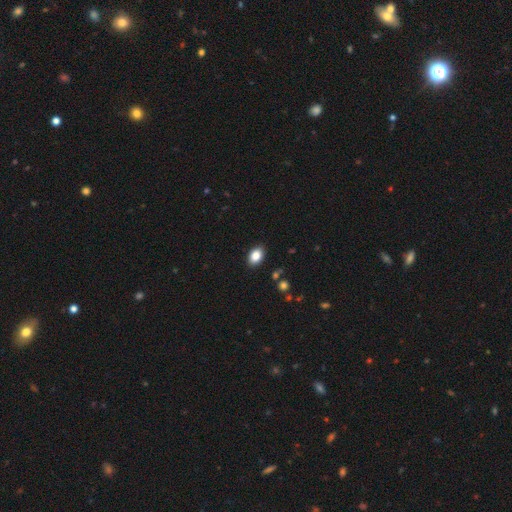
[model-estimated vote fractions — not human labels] A smooth galaxy with no disk features (85%) that is in between round and cigar-shaped (84%).

Vote fractions:
- Smooth or featured? smooth: 85% / star or artifact: 9% / featured or disk: 6%
- How rounded? in between: 84% / round: 14% / cigar-shaped: 1%
- Merging? none: 88% / minor disturbance: 9% / major disturbance: 2% / merger: 1%